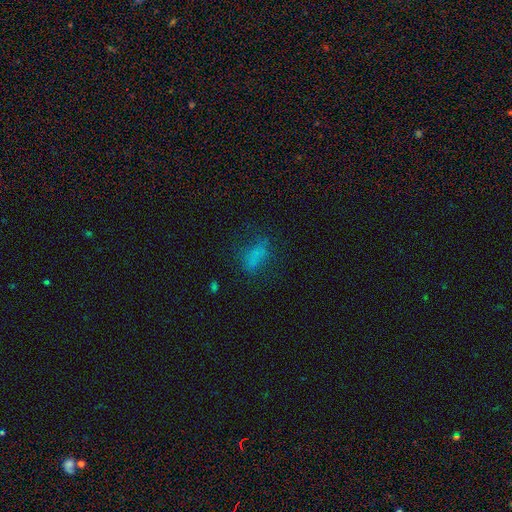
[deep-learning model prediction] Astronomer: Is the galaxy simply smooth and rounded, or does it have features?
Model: smooth — 63%.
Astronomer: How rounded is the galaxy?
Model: in between — 77%.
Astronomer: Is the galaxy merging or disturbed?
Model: none — 57%.